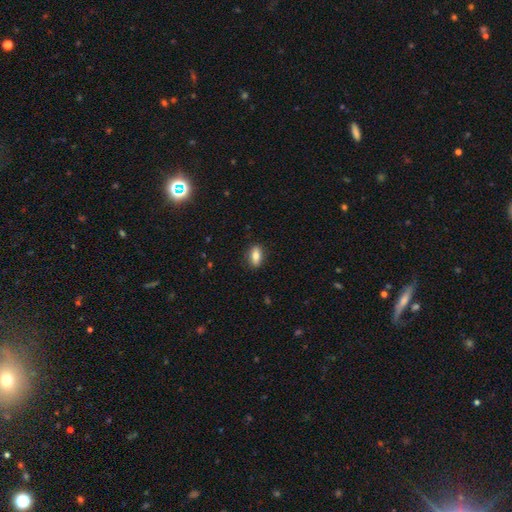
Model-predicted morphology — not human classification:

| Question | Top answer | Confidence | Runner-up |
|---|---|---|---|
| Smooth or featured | smooth | 81% | featured or disk (12%) |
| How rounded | in between | 83% | cigar-shaped (11%) |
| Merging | none | 86% | minor disturbance (11%) |